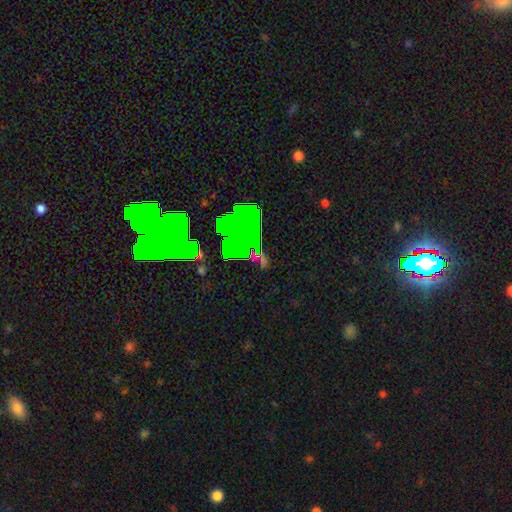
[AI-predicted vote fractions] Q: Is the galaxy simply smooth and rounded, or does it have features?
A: star or artifact — 63%.